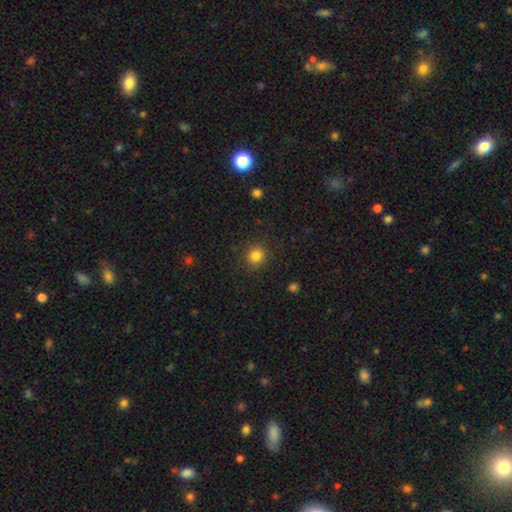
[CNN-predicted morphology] A smooth galaxy with no disk features (84%) that is round (90%). Merging: none (89%).